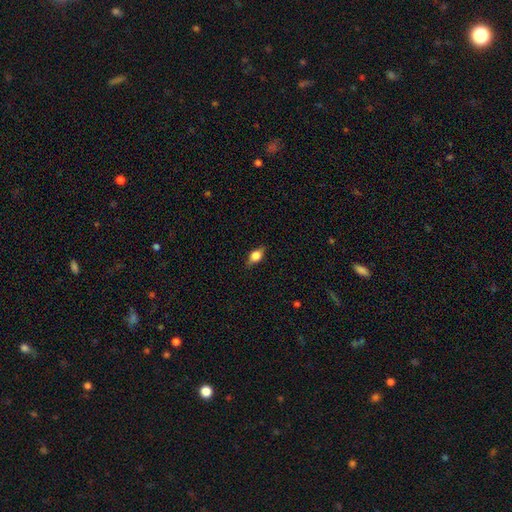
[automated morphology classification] Overall: smooth (70%). How rounded: in between (77%). Merging: none (82%).